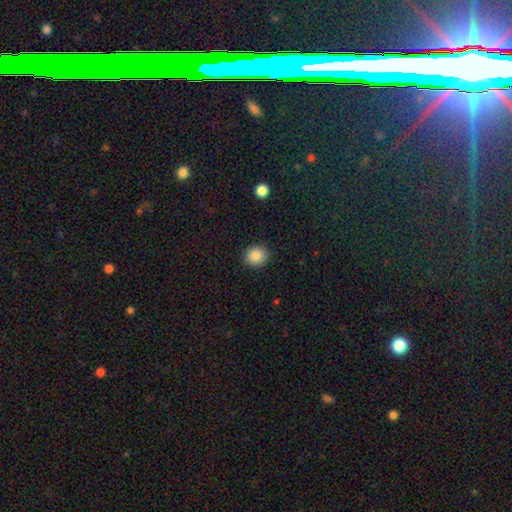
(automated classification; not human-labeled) Smooth or featured? Predicted: smooth (p=0.87). How rounded? Predicted: round (p=0.81). Merging? Predicted: none (p=0.90).